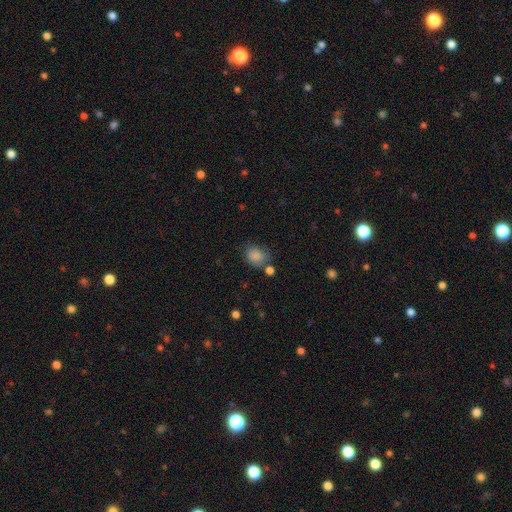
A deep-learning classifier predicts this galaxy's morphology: smooth-or-featured: smooth: 85% | star or artifact: 10% | featured or disk: 5%
  how-rounded: round: 61% | in between: 38% | cigar-shaped: 1%
  merging: none: 64% | minor disturbance: 19% | merger: 11% | major disturbance: 6%